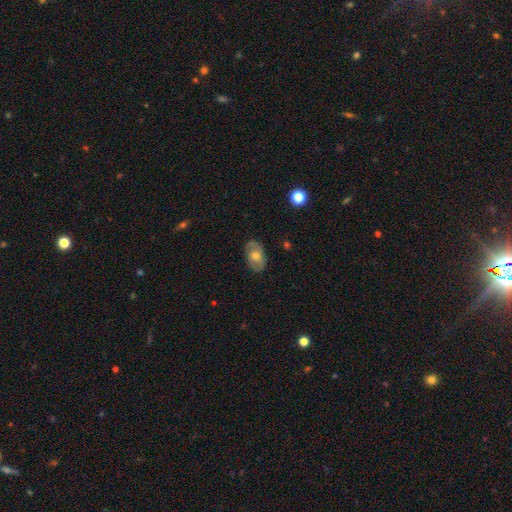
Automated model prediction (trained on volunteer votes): Smooth or featured? Predicted: featured or disk (p=0.50). Merging? Predicted: none (p=0.75).